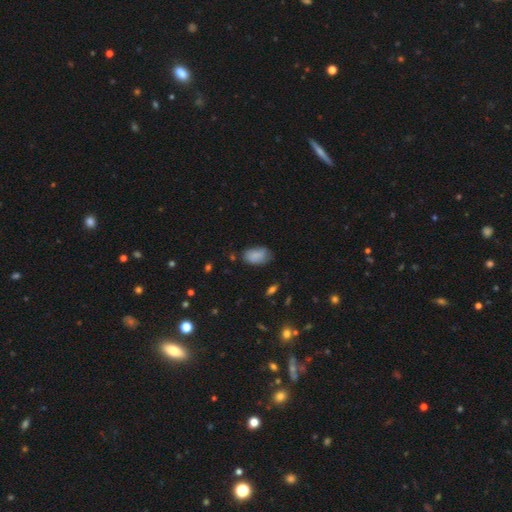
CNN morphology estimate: Smooth or featured? smooth (85%)
How rounded? in between (92%)
Merging? none (62%)